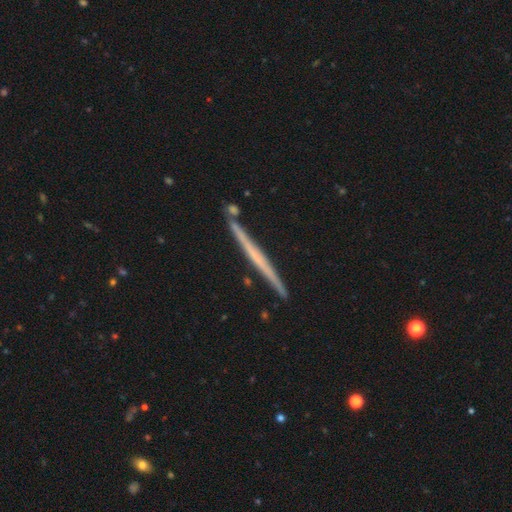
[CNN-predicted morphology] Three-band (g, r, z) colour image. It shows a featured or disk galaxy (62%) viewed edge-on (98%) with no central bulge (85%). Merging: none (87%).